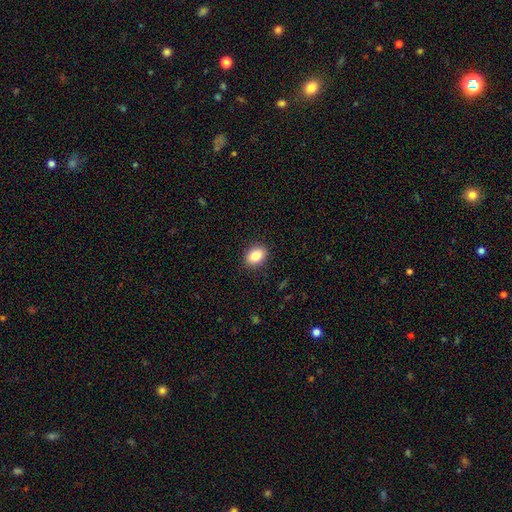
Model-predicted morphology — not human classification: smooth-or-featured: smooth: 85% | star or artifact: 8% | featured or disk: 6%
  how-rounded: in between: 69% | round: 30% | cigar-shaped: 1%
  merging: none: 90% | minor disturbance: 7% | major disturbance: 2% | merger: 1%